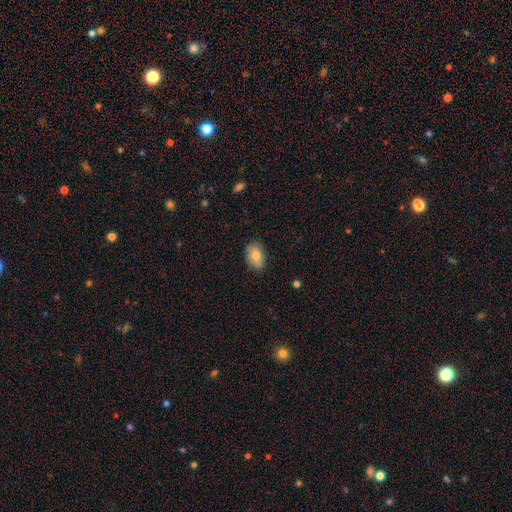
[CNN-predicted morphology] Smooth or featured: smooth — 75% (featured or disk — 18%)
How rounded: in between — 89% (round — 10%)
Merging: none — 82% (minor disturbance — 14%)